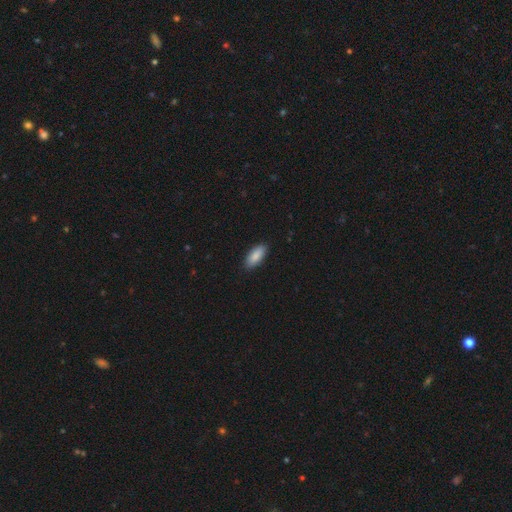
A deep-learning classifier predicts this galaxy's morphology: The model was most divided on "how rounded": in between: 86%, cigar-shaped: 13%, round: 2%. More confident: smooth or featured — smooth (88%); merging — none (88%).